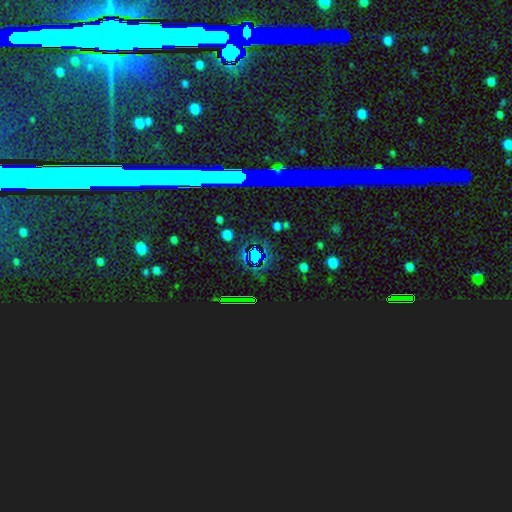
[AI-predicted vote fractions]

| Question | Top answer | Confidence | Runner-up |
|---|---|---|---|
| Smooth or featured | star or artifact | 76% | smooth (13%) |